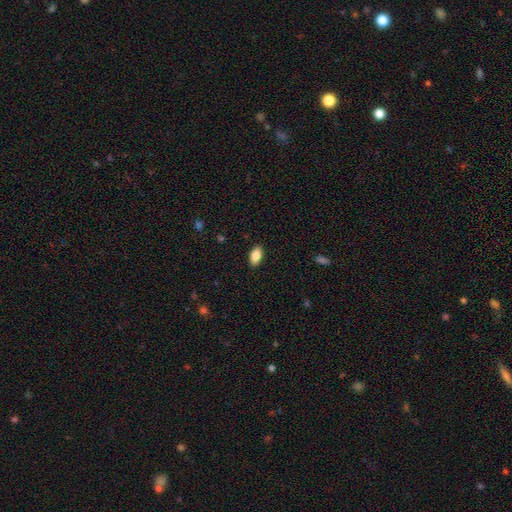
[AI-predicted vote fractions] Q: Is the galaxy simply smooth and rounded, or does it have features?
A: smooth — 85%.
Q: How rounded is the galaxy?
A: in between — 92%.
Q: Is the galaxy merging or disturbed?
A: none — 89%.